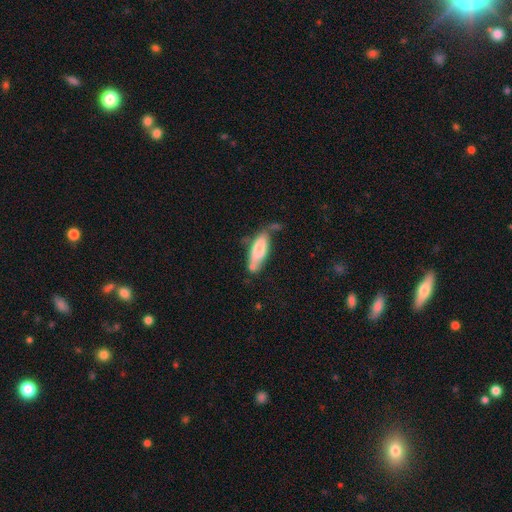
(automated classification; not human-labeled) Q: Smooth or featured?
A: smooth (73%); runner-up: featured or disk (21%)
Q: How rounded?
A: in between (61%); runner-up: cigar-shaped (37%)
Q: Merging?
A: none (36%); runner-up: minor disturbance (29%)